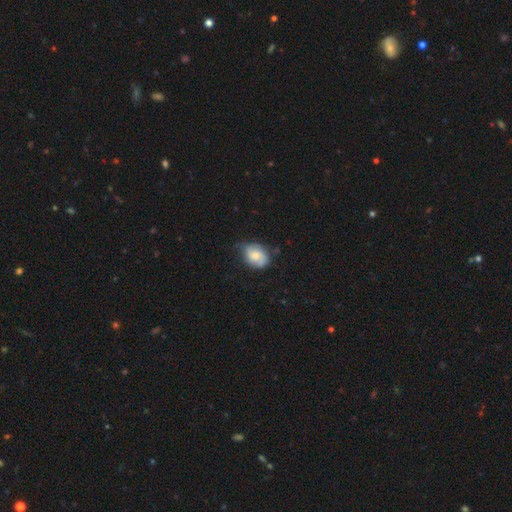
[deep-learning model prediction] smooth-or-featured: smooth: 58% | featured or disk: 35% | star or artifact: 7%
  how-rounded: in between: 65% | round: 34% | cigar-shaped: 1%
  merging: none: 55% | minor disturbance: 35% | major disturbance: 8% | merger: 2%